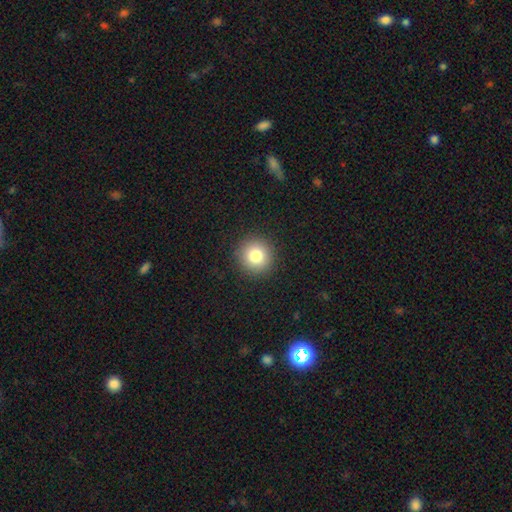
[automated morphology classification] The model was most divided on "smooth or featured": smooth: 81%, star or artifact: 11%, featured or disk: 8%. More confident: how rounded — round (93%); merging — none (92%).